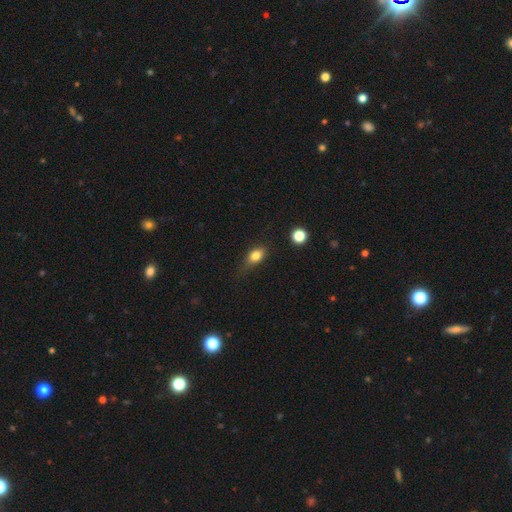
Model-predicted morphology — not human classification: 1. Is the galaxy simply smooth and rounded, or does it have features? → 81% smooth, 10% star or artifact, 9% featured or disk.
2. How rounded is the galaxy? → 75% in between, 19% round, 6% cigar-shaped.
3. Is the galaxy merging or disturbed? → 58% none, 30% minor disturbance, 10% major disturbance, 2% merger.